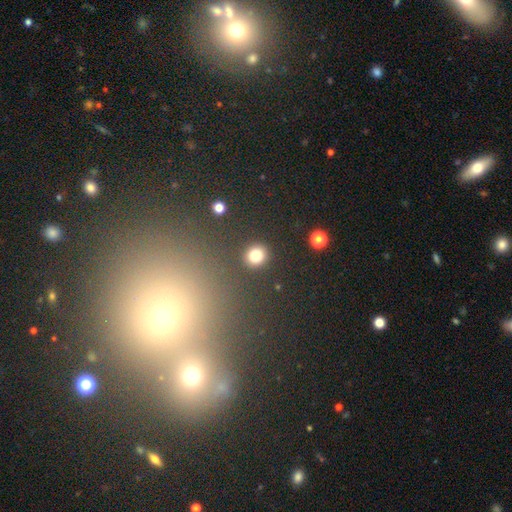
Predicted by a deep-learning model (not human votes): Smooth or featured?
  - smooth: 81% *
  - star or artifact: 13%
  - featured or disk: 6%
How rounded?
  - round: 86% *
  - in between: 13%
  - cigar-shaped: 1%
Merging?
  - none: 90% *
  - minor disturbance: 6%
  - major disturbance: 2%
  - merger: 2%